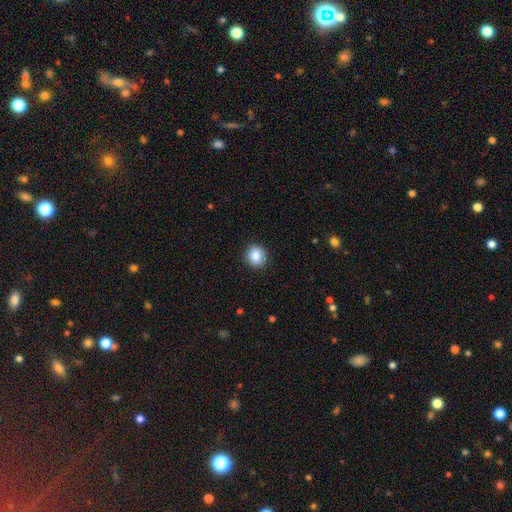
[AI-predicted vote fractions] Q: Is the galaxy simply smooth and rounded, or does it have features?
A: smooth — 87%.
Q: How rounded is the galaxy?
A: round — 88%.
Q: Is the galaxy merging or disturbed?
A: none — 91%.